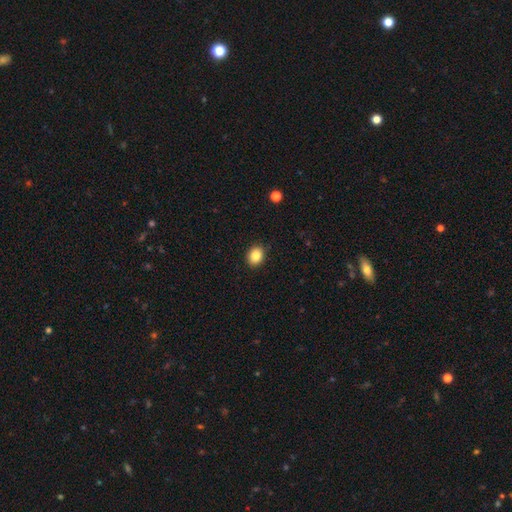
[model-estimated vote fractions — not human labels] Smooth or featured: smooth — 87% (star or artifact — 9%)
How rounded: round — 51% (in between — 49%)
Merging: none — 88% (minor disturbance — 8%)